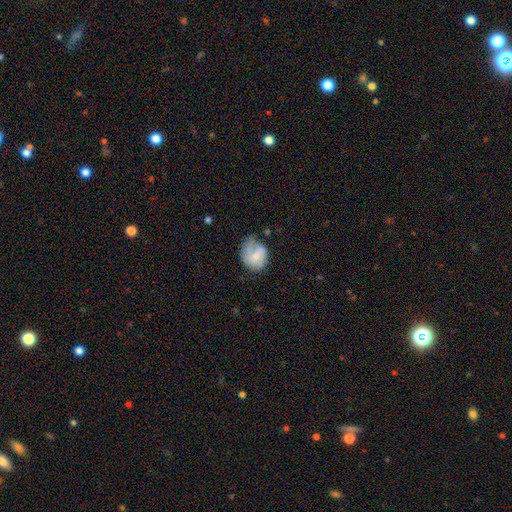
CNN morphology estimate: This appears to be a featured or disk galaxy (51%). Merging: none (40%).